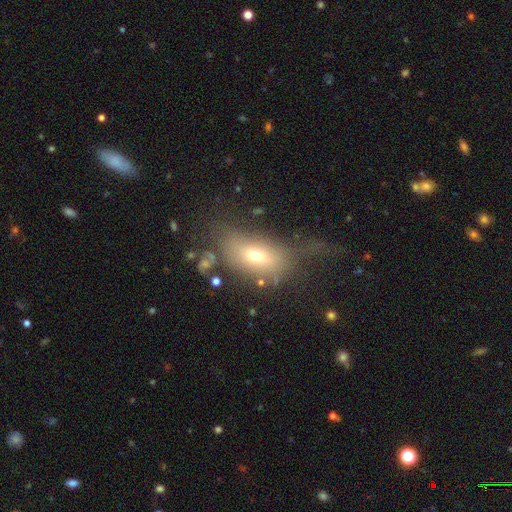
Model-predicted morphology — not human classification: smooth-or-featured: smooth: 60% | featured or disk: 26% | star or artifact: 14%
  how-rounded: in between: 83% | round: 12% | cigar-shaped: 6%
  merging: major disturbance: 37% | none: 34% | minor disturbance: 22% | merger: 6%